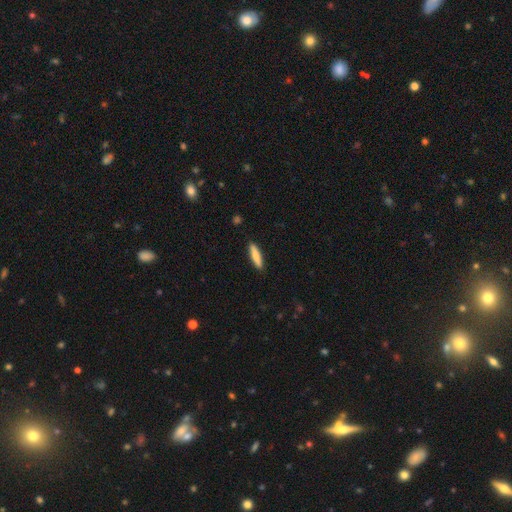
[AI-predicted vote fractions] The model was most divided on "how rounded": cigar-shaped: 79%, in between: 19%, round: 1%. More confident: merging — none (89%); smooth or featured — smooth (82%).